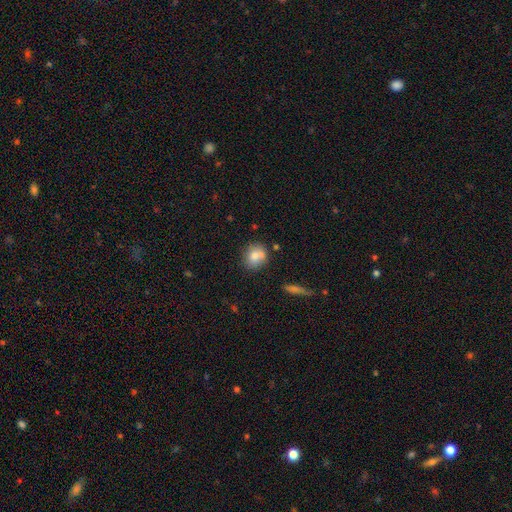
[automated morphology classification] The model was most divided on "merging": none: 58%, merger: 21%, minor disturbance: 16%, major disturbance: 4%. More confident: smooth or featured — smooth (75%); how rounded — round (72%).